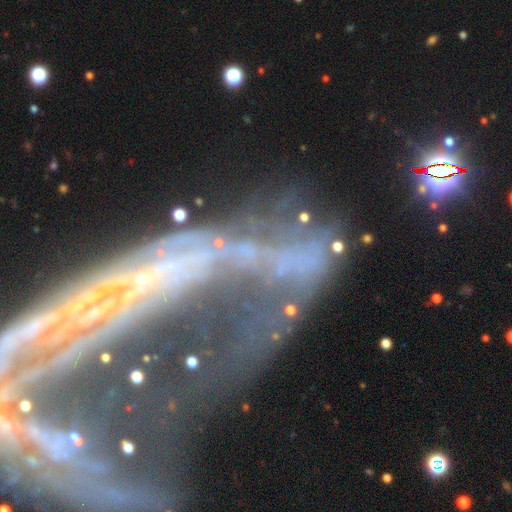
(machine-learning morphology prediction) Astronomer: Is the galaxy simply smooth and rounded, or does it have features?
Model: featured or disk — 60%.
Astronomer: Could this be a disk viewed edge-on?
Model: no — 77%.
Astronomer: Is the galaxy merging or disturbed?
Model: major disturbance — 43% (runner-up: none, 27%).